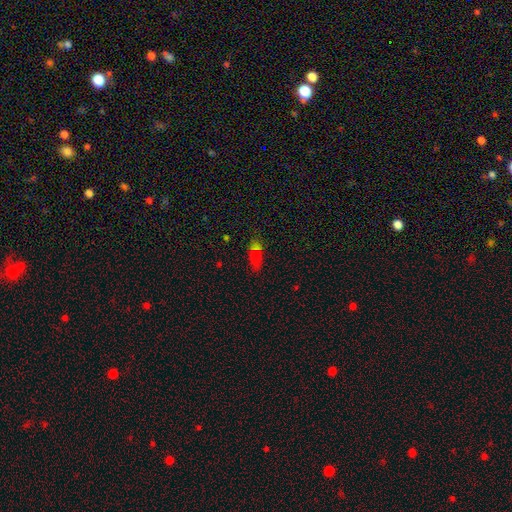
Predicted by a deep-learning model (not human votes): A smooth galaxy with no disk features (67%) that is in between round and cigar-shaped (71%).

Vote fractions:
- Smooth or featured? smooth: 67% / star or artifact: 24% / featured or disk: 10%
- How rounded? in between: 71% / cigar-shaped: 23% / round: 5%
- Merging? none: 70% / minor disturbance: 18% / major disturbance: 7% / merger: 6%